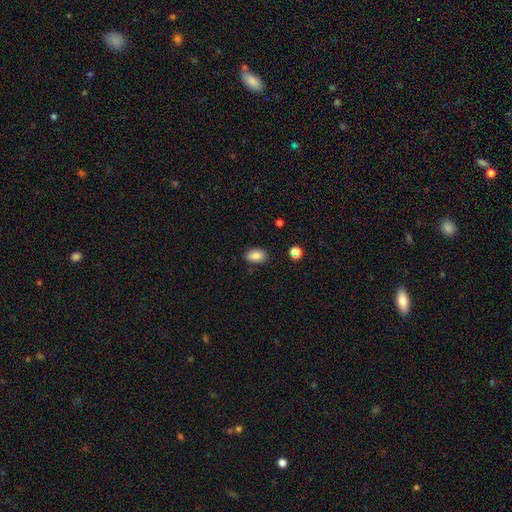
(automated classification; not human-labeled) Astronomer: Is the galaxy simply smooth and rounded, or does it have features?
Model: smooth — 85%.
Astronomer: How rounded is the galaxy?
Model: in between — 88%.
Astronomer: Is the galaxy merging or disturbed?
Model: none — 83%.